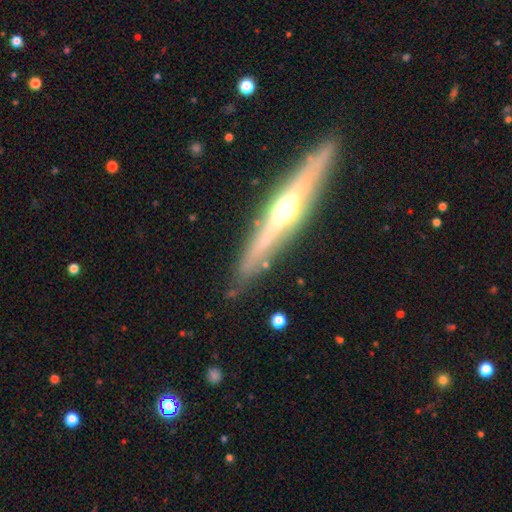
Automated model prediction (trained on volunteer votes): Smooth or featured?
  - featured or disk: 58% *
  - smooth: 30%
  - star or artifact: 11%
Edge-on disk?
  - yes: 89% *
  - no: 11%
Edge-on bulge?
  - rounded: 75% *
  - none: 15%
  - boxy: 11%
Merging?
  - none: 80% *
  - minor disturbance: 13%
  - major disturbance: 5%
  - merger: 3%